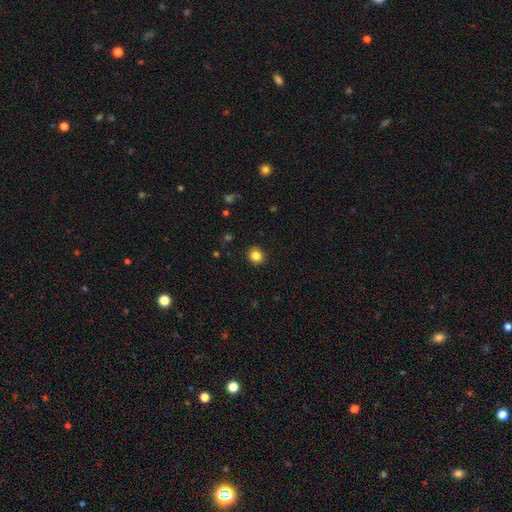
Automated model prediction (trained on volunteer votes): A smooth galaxy with no disk features (84%) that is round (76%).

Vote fractions:
- Smooth or featured? smooth: 84% / star or artifact: 11% / featured or disk: 5%
- How rounded? round: 76% / in between: 23% / cigar-shaped: 1%
- Merging? none: 91% / minor disturbance: 6% / major disturbance: 2% / merger: 1%